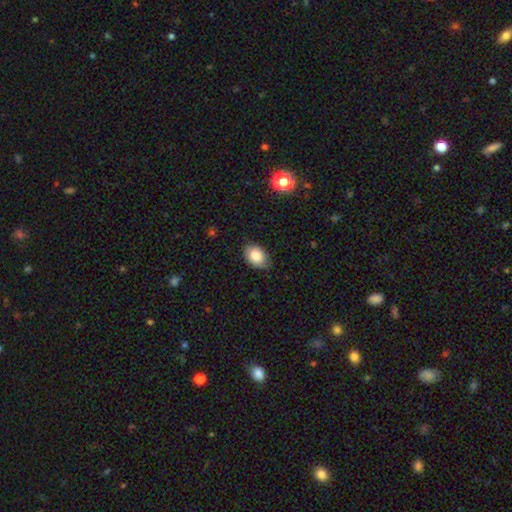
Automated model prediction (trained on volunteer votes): Q: Smooth or featured?
A: smooth (84%); runner-up: star or artifact (8%)
Q: How rounded?
A: in between (83%); runner-up: round (16%)
Q: Merging?
A: none (75%); runner-up: minor disturbance (20%)